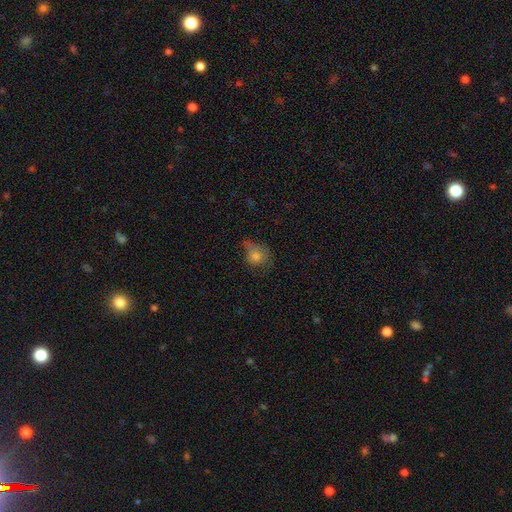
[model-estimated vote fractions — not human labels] smooth 68%, featured or disk 19%, star or artifact 13%. Down the decision tree: how rounded — round (60%); merging — none (37%).